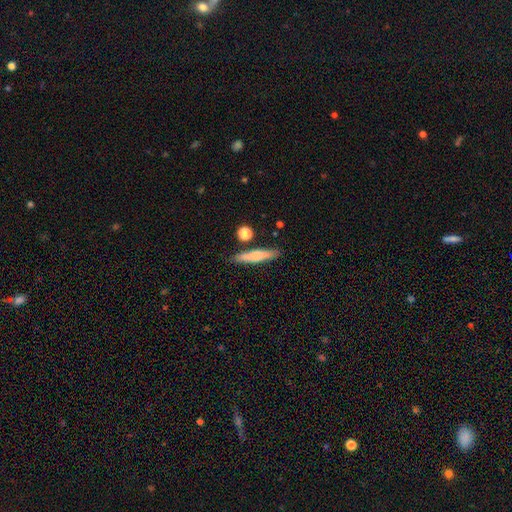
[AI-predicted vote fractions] smooth-or-featured: smooth: 66% | featured or disk: 27% | star or artifact: 7%
  how-rounded: cigar-shaped: 84% | in between: 13% | round: 2%
  merging: none: 82% | minor disturbance: 11% | merger: 5% | major disturbance: 3%